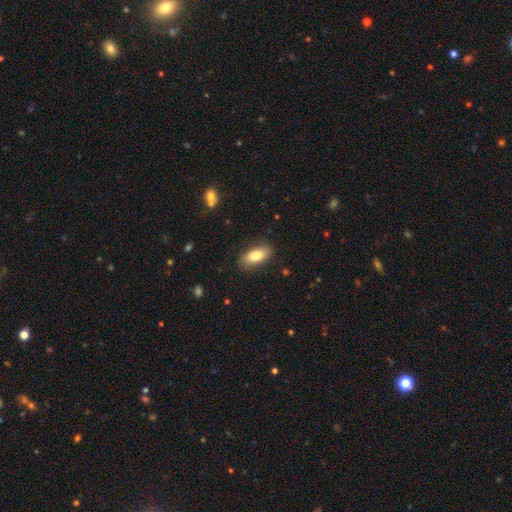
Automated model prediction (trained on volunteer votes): Smooth or featured? Predicted: smooth (p=0.79). How rounded? Predicted: in between (p=0.86). Merging? Predicted: none (p=0.86).